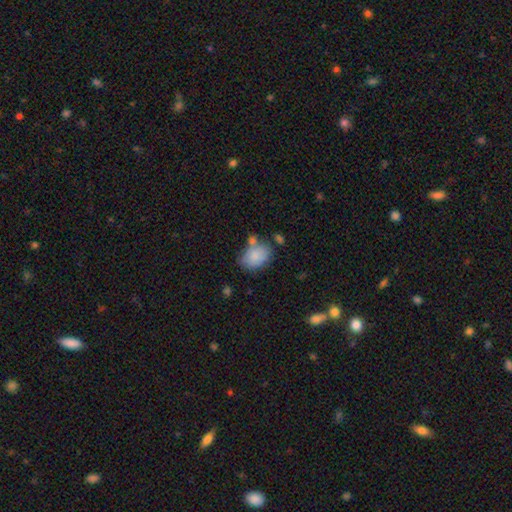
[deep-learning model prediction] Smooth or featured? Predicted: smooth (p=0.83). How rounded? Predicted: in between (p=0.79). Merging? Predicted: none (p=0.57).